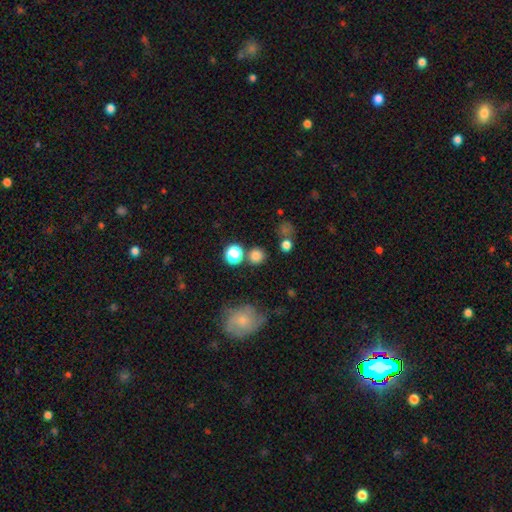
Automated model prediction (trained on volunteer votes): This appears to be a smooth galaxy with no disk features (79%) that is round (90%). Merging: none (79%).